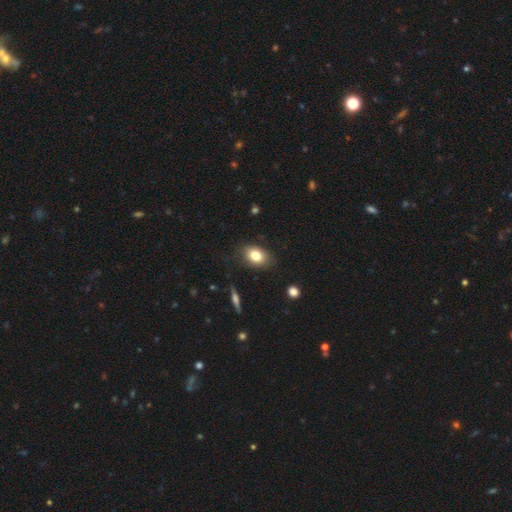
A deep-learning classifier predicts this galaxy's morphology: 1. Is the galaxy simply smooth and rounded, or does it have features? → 79% smooth, 12% featured or disk, 9% star or artifact.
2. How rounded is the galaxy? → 80% in between, 19% round, 2% cigar-shaped.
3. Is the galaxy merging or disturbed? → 82% none, 13% minor disturbance, 3% major disturbance, 2% merger.